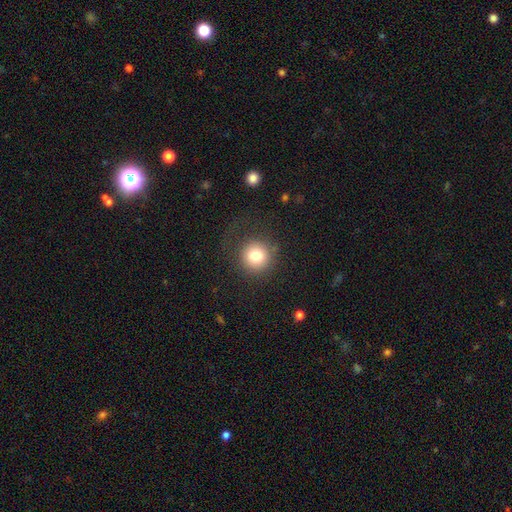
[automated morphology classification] A smooth galaxy with no disk features (79%) that is round (93%). Merging: none (77%).